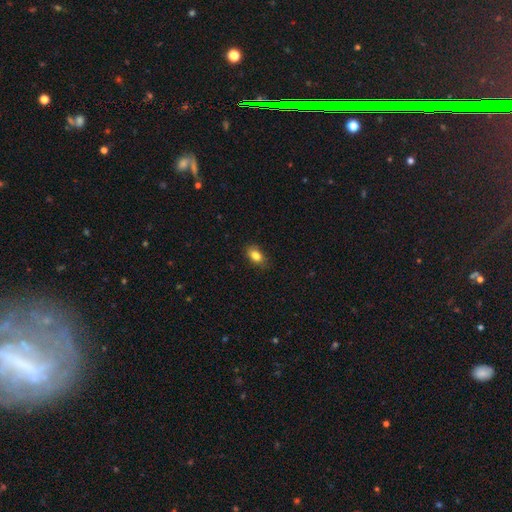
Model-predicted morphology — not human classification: Smooth or featured: smooth — 84% (star or artifact — 9%)
How rounded: in between — 85% (round — 12%)
Merging: none — 83% (minor disturbance — 13%)